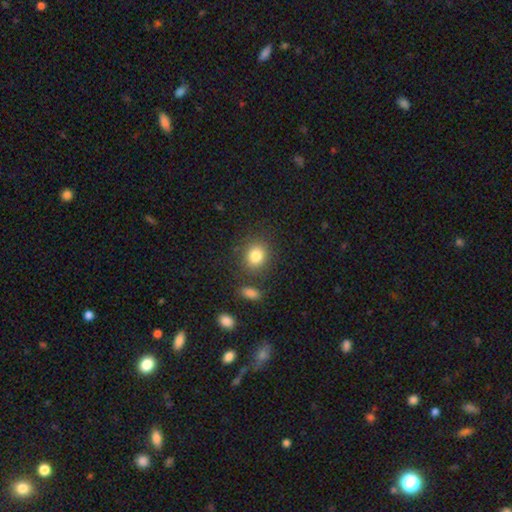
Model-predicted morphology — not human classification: This appears to be a smooth galaxy with no disk features (83%) that is round (73%). Merging: none (81%).